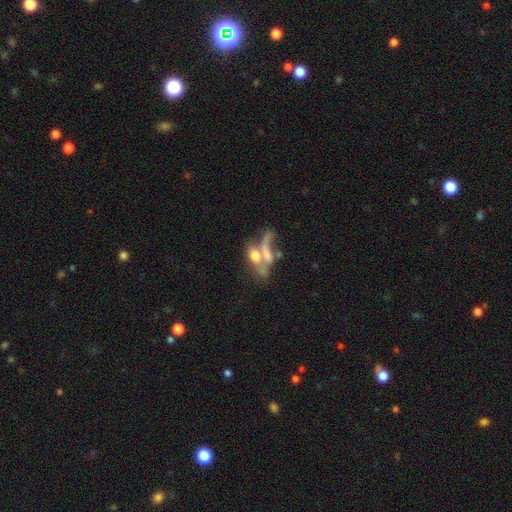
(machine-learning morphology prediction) smooth 46%, featured or disk 43%, star or artifact 12%. Down the decision tree: merging — merger (56%).